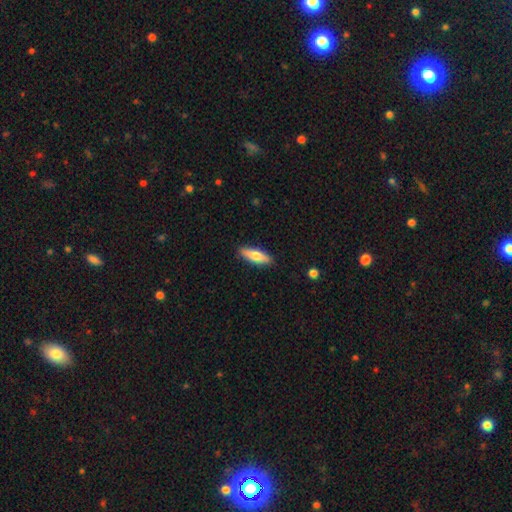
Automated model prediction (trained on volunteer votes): smooth_or_featured: smooth (p=0.68) [alt: featured or disk p=0.26]
how_rounded: in between (p=0.51) [alt: cigar-shaped p=0.46]
merging: none (p=0.89) [alt: minor disturbance p=0.09]